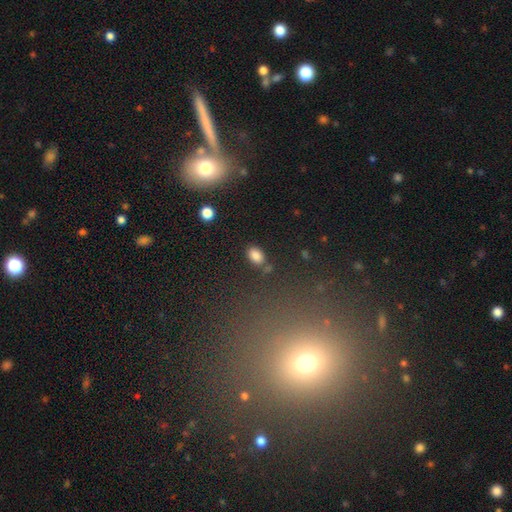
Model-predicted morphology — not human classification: This is clearly a smooth galaxy (84%). How rounded: clearly in between (87%). Merging: likely none (78%).